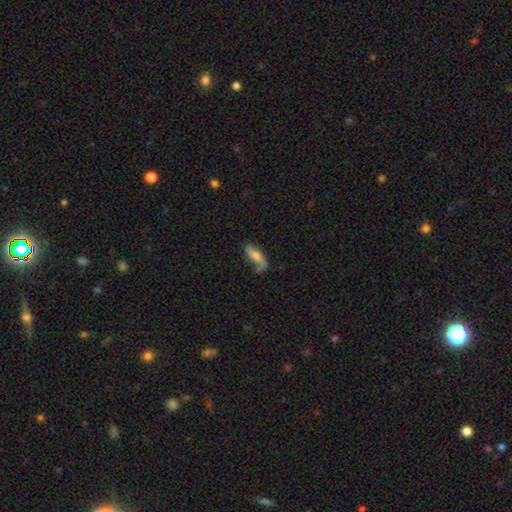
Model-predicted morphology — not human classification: A smooth galaxy with no disk features (63%) that is in between round and cigar-shaped (60%).

Vote fractions:
- Smooth or featured? smooth: 63% / featured or disk: 29% / star or artifact: 8%
- How rounded? in between: 60% / cigar-shaped: 38% / round: 3%
- Merging? none: 45% / minor disturbance: 26% / major disturbance: 17% / merger: 11%